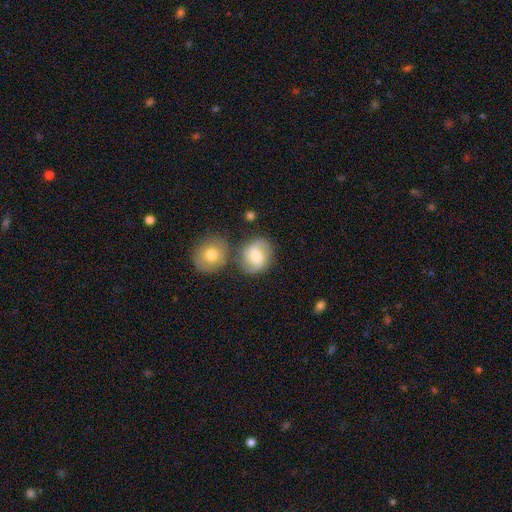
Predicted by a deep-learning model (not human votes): smooth_or_featured: featured or disk (p=0.51) [alt: smooth p=0.41]
disk_edge_on: no (p=0.97) [alt: yes p=0.03]
merging: none (p=0.67) [alt: merger p=0.15]